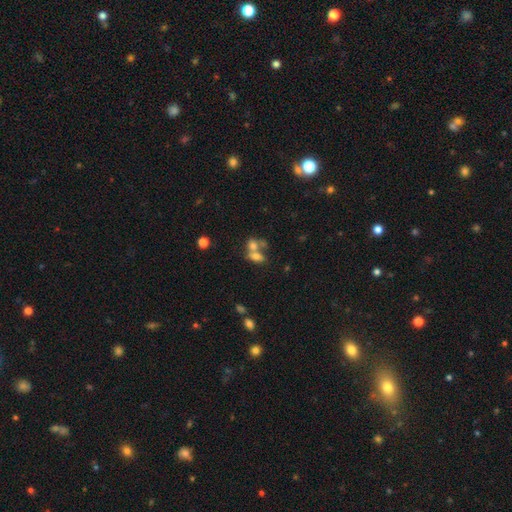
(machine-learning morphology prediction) A smooth galaxy with no disk features (67%) that is in between round and cigar-shaped (75%). Merging: merger (61%).